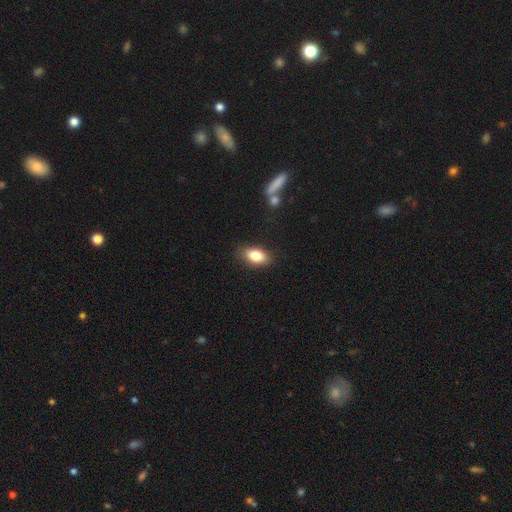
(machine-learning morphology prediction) smooth-or-featured: smooth: 83% | featured or disk: 10% | star or artifact: 8%
  how-rounded: in between: 90% | round: 6% | cigar-shaped: 4%
  merging: none: 85% | minor disturbance: 10% | major disturbance: 3% | merger: 2%